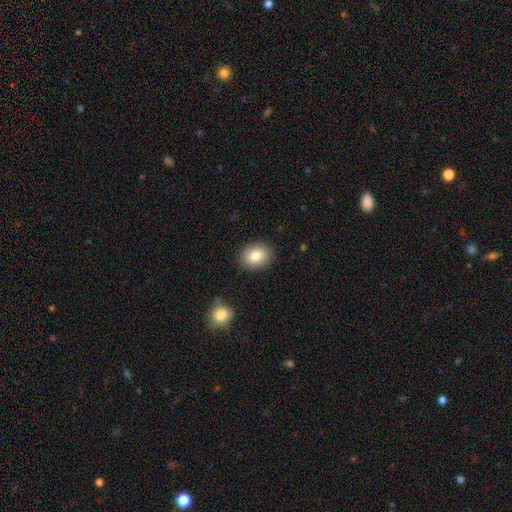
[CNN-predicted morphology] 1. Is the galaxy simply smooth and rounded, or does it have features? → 83% smooth, 9% featured or disk, 8% star or artifact.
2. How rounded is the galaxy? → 60% in between, 39% round, 1% cigar-shaped.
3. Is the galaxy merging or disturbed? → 87% none, 9% minor disturbance, 2% major disturbance, 1% merger.